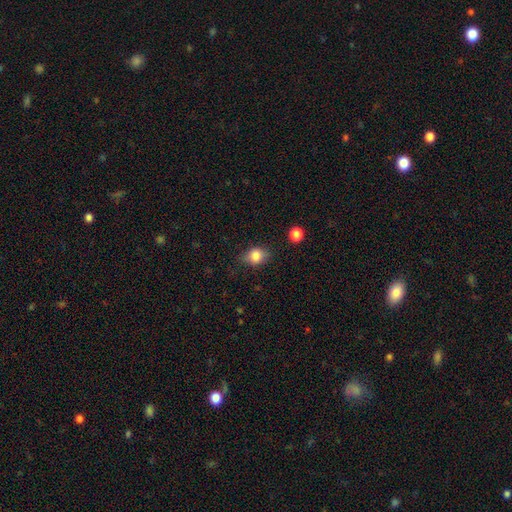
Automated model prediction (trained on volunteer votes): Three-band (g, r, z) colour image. It shows a smooth galaxy with no disk features (81%) that is in between round and cigar-shaped (53%). Merging: none (69%).